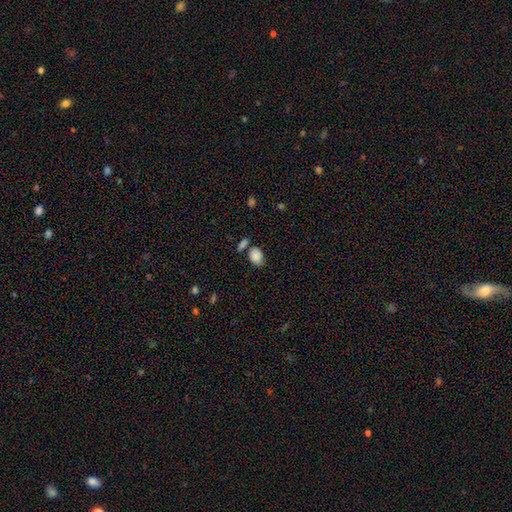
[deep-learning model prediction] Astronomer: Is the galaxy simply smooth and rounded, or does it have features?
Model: smooth — 87%.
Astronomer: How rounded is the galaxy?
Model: in between — 79%.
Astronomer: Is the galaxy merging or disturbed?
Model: none — 63%.